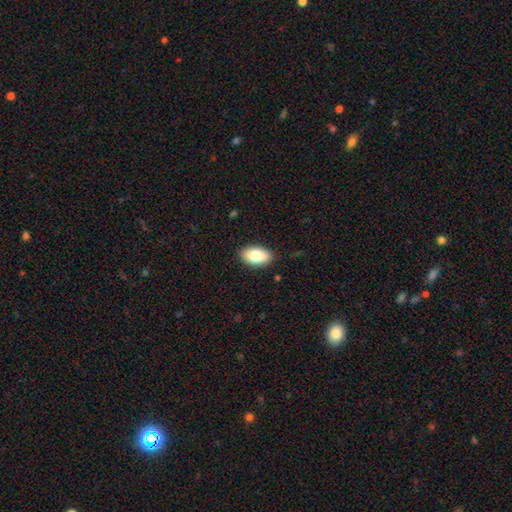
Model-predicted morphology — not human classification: smooth_or_featured: smooth (p=0.82) [alt: featured or disk p=0.11]
how_rounded: in between (p=0.93) [alt: round p=0.05]
merging: none (p=0.88) [alt: minor disturbance p=0.09]